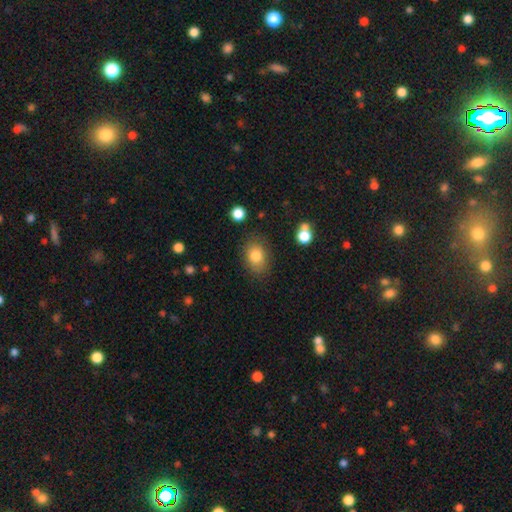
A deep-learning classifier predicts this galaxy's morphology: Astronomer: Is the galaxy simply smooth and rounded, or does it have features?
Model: smooth — 80%.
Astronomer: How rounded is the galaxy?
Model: in between — 67%.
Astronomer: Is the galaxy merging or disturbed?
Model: none — 80%.